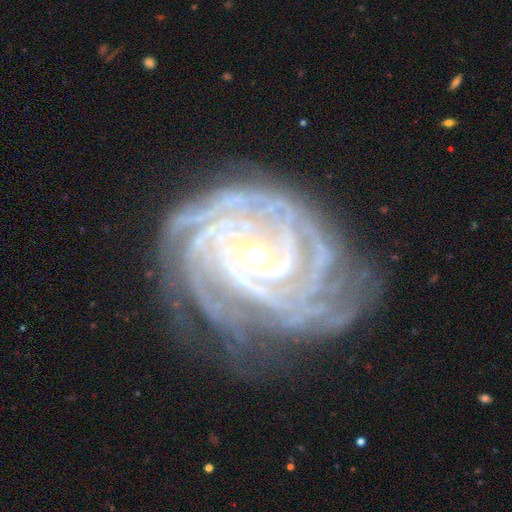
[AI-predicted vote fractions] Smooth or featured? featured or disk (90%)
Edge-on disk? no (97%)
Bar? no (64%)
Spiral arms? yes (97%)
Spiral winding? tight (79%)
Spiral arm count? can't tell (23%)
Bulge size? small (51%)
Merging? none (64%)